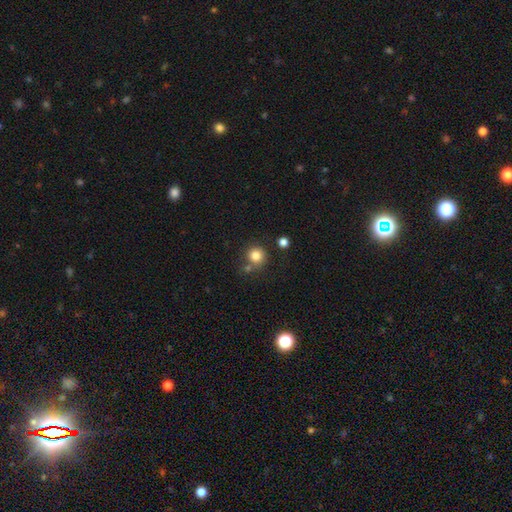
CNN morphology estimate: Smooth or featured: smooth — 83% (star or artifact — 11%)
How rounded: round — 93% (in between — 6%)
Merging: none — 72% (merger — 14%)